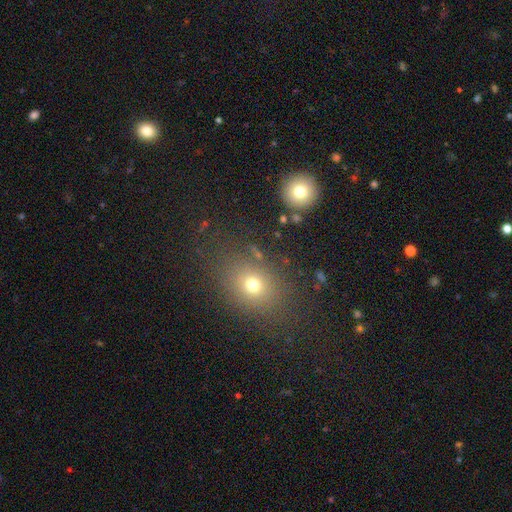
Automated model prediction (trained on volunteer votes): Smooth or featured? Predicted: smooth (p=0.62). How rounded? Predicted: round (p=0.50). Merging? Predicted: none (p=0.78).